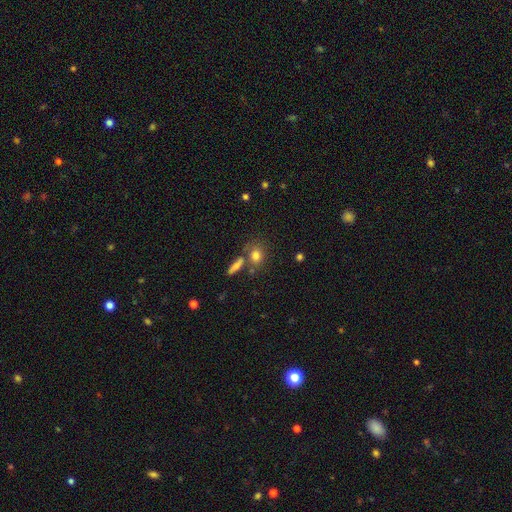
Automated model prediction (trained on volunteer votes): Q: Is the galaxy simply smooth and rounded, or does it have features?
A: smooth — 77%.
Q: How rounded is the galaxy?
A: round — 58%.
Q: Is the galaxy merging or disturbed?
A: none — 62%.